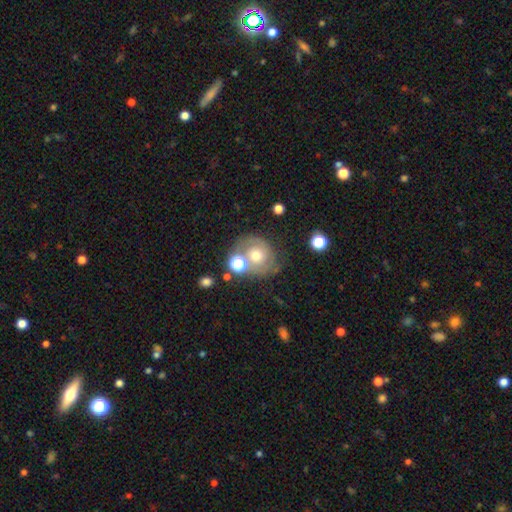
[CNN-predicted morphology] Q: Smooth or featured?
A: featured or disk (54%); runner-up: smooth (34%)
Q: Edge-on disk?
A: no (97%); runner-up: yes (3%)
Q: Bar?
A: no (77%); runner-up: weak (18%)
Q: Spiral arms?
A: yes (76%); runner-up: no (24%)
Q: Bulge size?
A: moderate (66%); runner-up: small (18%)
Q: Merging?
A: none (52%); runner-up: minor disturbance (19%)